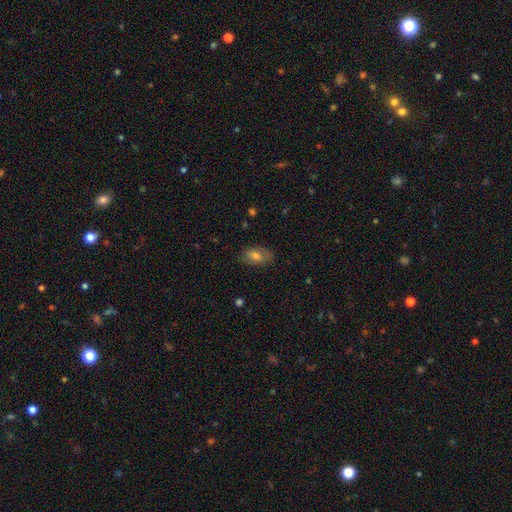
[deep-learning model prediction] The model was most divided on "smooth or featured": smooth: 60%, featured or disk: 27%, star or artifact: 13%. More confident: how rounded — in between (88%); merging — none (78%).